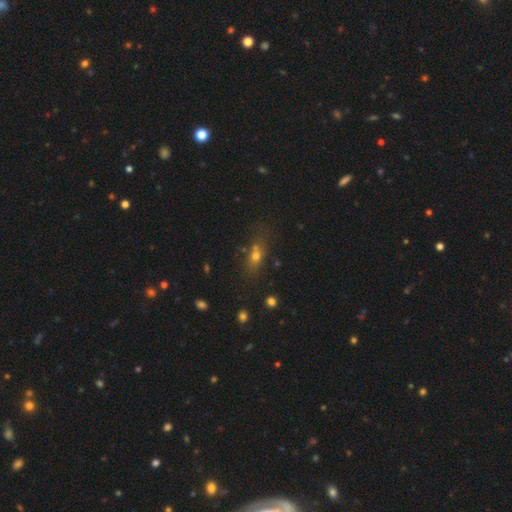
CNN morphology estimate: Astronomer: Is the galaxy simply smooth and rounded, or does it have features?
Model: smooth — 60%.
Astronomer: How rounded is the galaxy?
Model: in between — 57%.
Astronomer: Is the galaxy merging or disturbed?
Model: none — 57%.